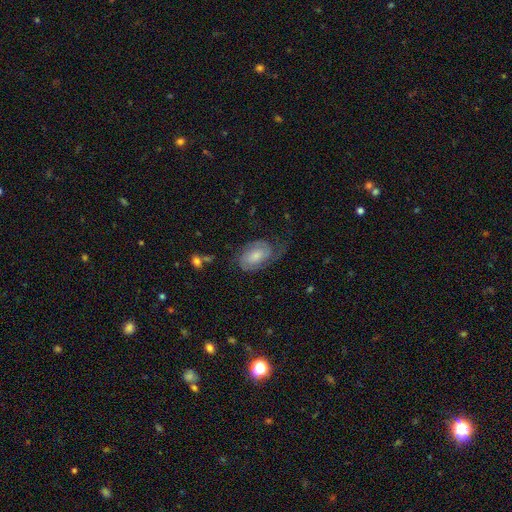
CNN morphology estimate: featured or disk 65%, smooth 27%, star or artifact 7%. Down the decision tree: edge-on disk — no (96%); bar — no (58%); spiral arms — yes (91%); spiral arm count — 2 (67%); spiral winding — medium (40%, tied with tight); bulge size — moderate (40%); merging — none (50%).